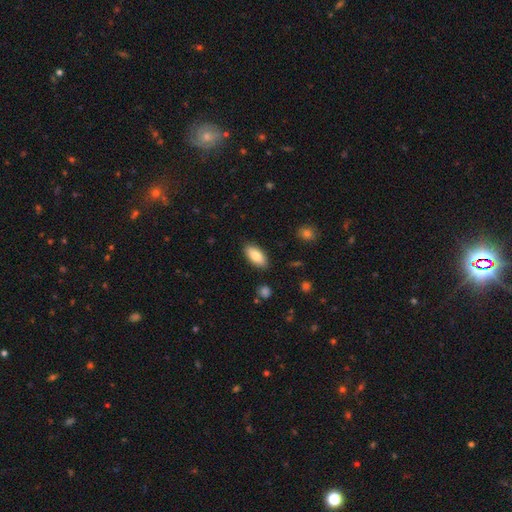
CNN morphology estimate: smooth 79%, featured or disk 14%, star or artifact 7%. Down the decision tree: how rounded — in between (89%); merging — none (87%).